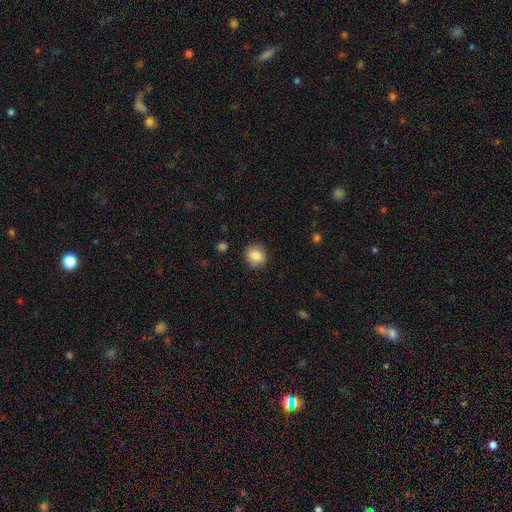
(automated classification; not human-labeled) This is clearly a smooth galaxy (86%). How rounded: likely round (79%). Merging: clearly none (88%).